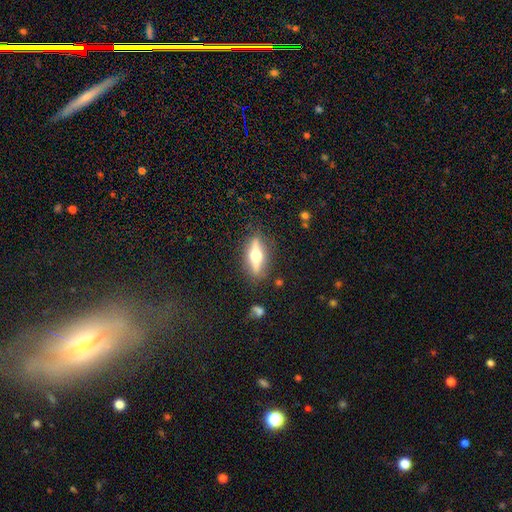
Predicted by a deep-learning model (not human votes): Smooth or featured? featured or disk (62%)
Edge-on disk? yes (90%)
Edge-on bulge? rounded (95%)
Merging? none (85%)